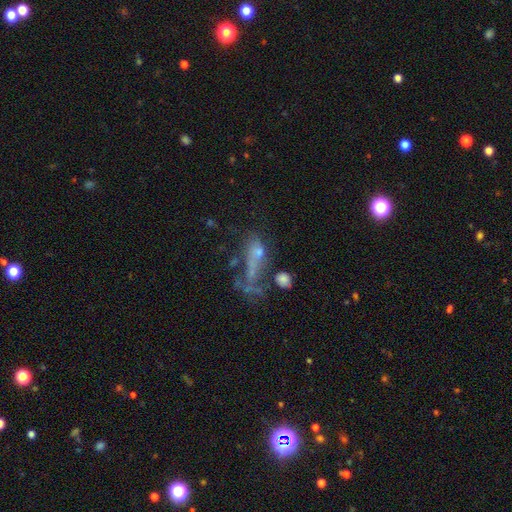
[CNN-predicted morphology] The model was most divided on "smooth or featured": featured or disk: 42%, smooth: 37%, star or artifact: 21%. Remaining: merging — major disturbance (38%).